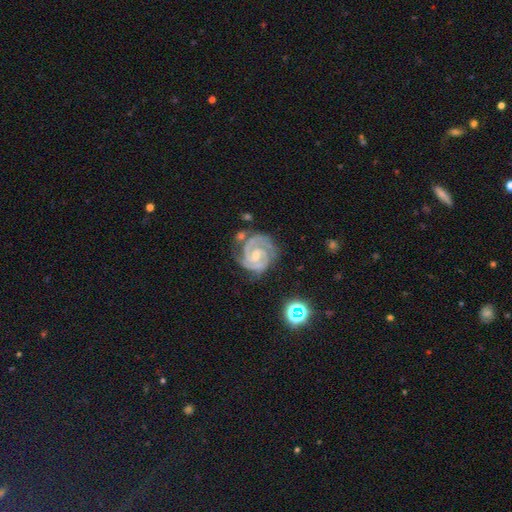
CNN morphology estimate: Smooth or featured?
  - featured or disk: 91% *
  - star or artifact: 5%
  - smooth: 4%
Edge-on disk?
  - no: 98% *
  - yes: 2%
Bar?
  - weak: 46% *
  - no: 41%
  - strong: 14%
Spiral arms?
  - yes: 99% *
  - no: 1%
Spiral winding?
  - tight: 71% *
  - medium: 26%
  - loose: 3%
Spiral arm count?
  - 2: 68% *
  - 3: 20%
  - can't tell: 5%
  - 4: 3%
  - 1: 2%
  - more than 4: 2%
Bulge size?
  - small: 61% *
  - moderate: 33%
  - none: 4%
  - large: 1%
  - dominant: 1%
Merging?
  - none: 69% *
  - minor disturbance: 20%
  - major disturbance: 7%
  - merger: 4%